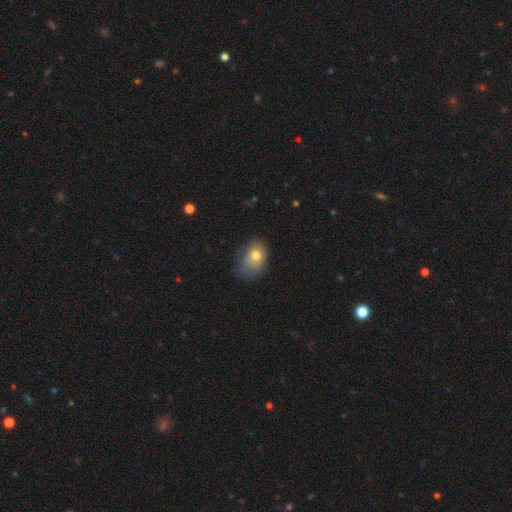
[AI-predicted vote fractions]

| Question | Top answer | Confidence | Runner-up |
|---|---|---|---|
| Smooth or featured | smooth | 74% | featured or disk (17%) |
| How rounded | in between | 68% | round (31%) |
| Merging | minor disturbance | 38% | none (35%) |